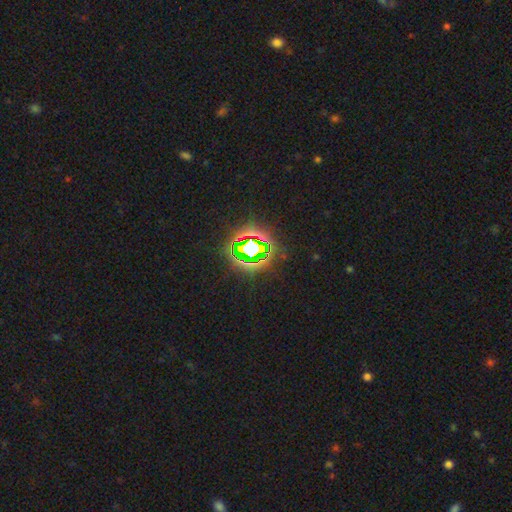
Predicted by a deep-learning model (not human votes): Morphology: type=star or artifact (74%).